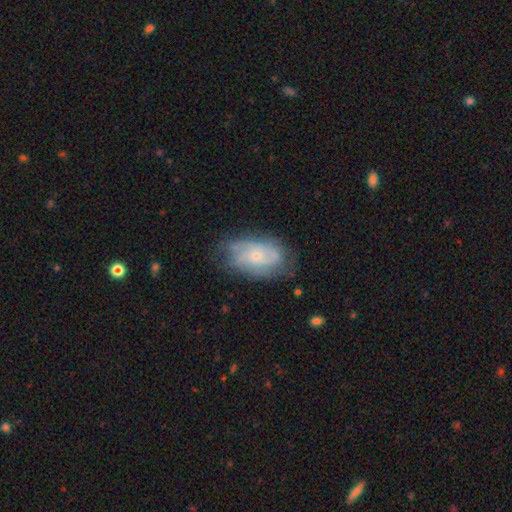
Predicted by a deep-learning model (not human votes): This is likely a featured or disk galaxy (68%). It is clearly not viewed edge-on (96%). Bar: likely no (72%). Spiral arm pattern: clearly yes (85%). Spiral arm count: marginally can't tell (37%). Spiral winding: marginally tight (43%). Central bulge: likely small (74%). Merging: likely none (65%).